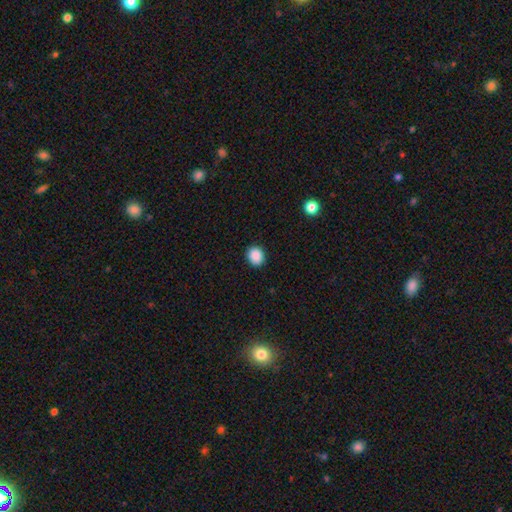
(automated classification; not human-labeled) Smooth or featured? Predicted: smooth (p=0.90). How rounded? Predicted: round (p=0.67). Merging? Predicted: none (p=0.91).